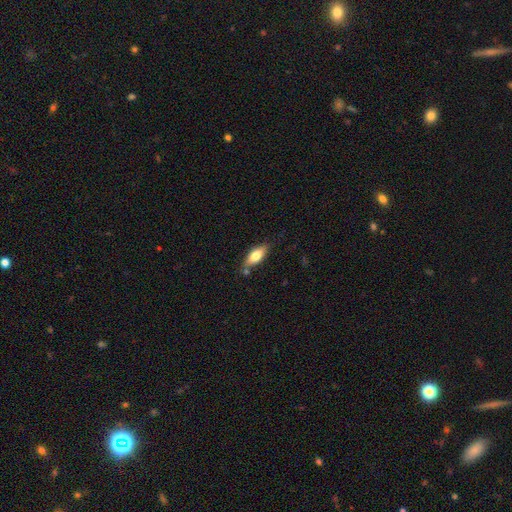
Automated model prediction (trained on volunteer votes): Smooth or featured? Predicted: smooth (p=0.69). How rounded? Predicted: in between (p=0.76). Merging? Predicted: none (p=0.74).